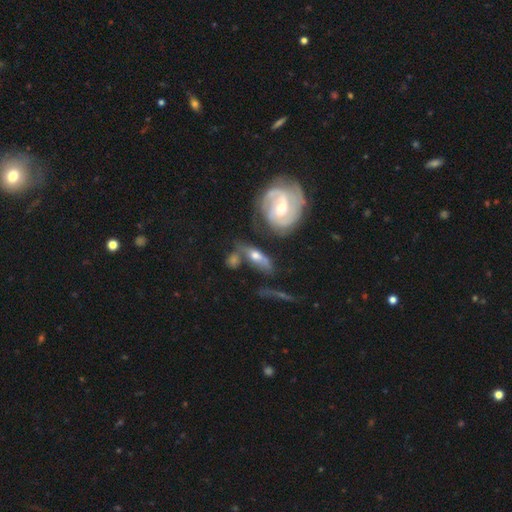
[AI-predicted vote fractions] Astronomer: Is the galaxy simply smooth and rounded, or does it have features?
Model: featured or disk — 60%.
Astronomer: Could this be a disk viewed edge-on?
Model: no — 78%.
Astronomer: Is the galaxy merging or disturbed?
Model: none — 42% (runner-up: merger, 21%).